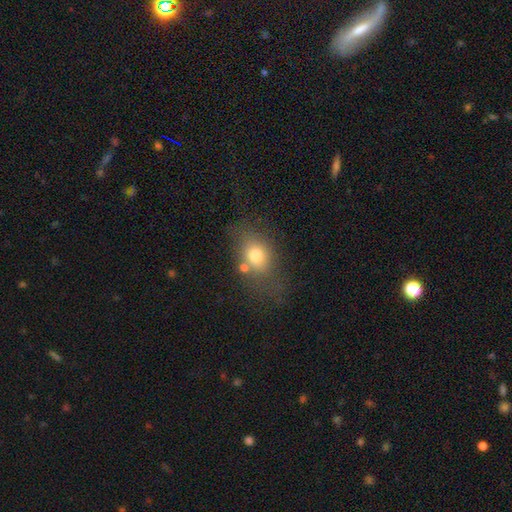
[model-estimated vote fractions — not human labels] smooth 73%, featured or disk 15%, star or artifact 11%. Down the decision tree: how rounded — in between (62%); merging — none (56%).